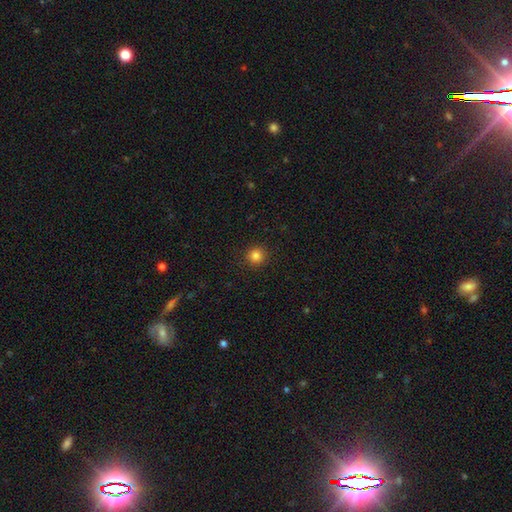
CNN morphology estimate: A smooth galaxy with no disk features (84%) that is round (94%). Merging: none (92%).